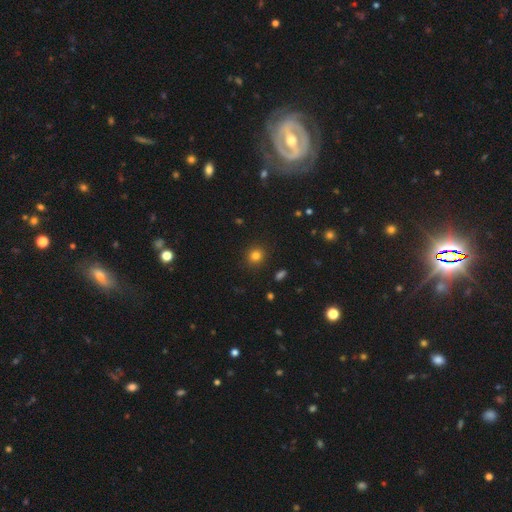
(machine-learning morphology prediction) smooth_or_featured: smooth (p=0.81) [alt: star or artifact p=0.14]
how_rounded: round (p=0.87) [alt: in between p=0.12]
merging: none (p=0.90) [alt: minor disturbance p=0.06]